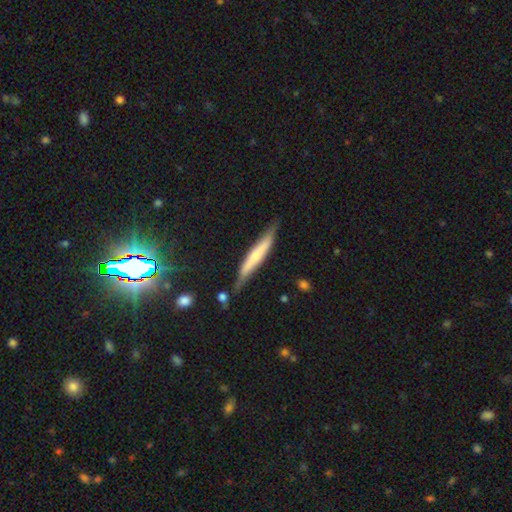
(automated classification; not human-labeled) Q: Smooth or featured?
A: smooth (54%); runner-up: featured or disk (40%)
Q: How rounded?
A: cigar-shaped (92%); runner-up: in between (6%)
Q: Merging?
A: none (66%); runner-up: minor disturbance (25%)